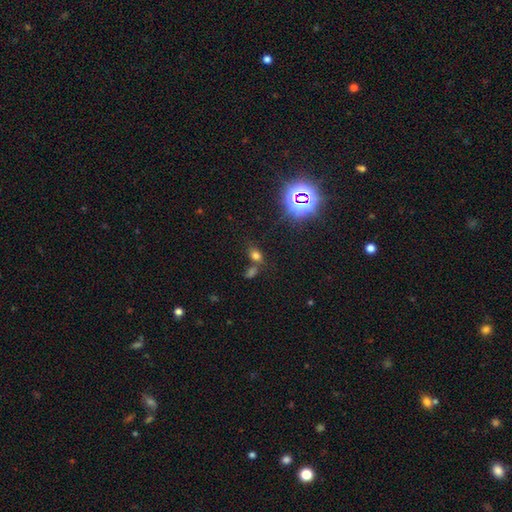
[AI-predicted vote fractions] Q: Smooth or featured?
A: smooth (66%); runner-up: star or artifact (26%)
Q: How rounded?
A: in between (75%); runner-up: round (23%)
Q: Merging?
A: none (55%); runner-up: merger (28%)